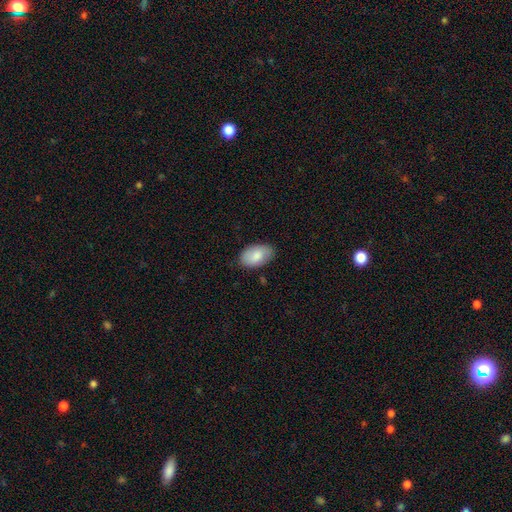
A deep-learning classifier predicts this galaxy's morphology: Q: Smooth or featured?
A: smooth (82%); runner-up: featured or disk (12%)
Q: How rounded?
A: in between (93%); runner-up: round (6%)
Q: Merging?
A: none (81%); runner-up: minor disturbance (15%)